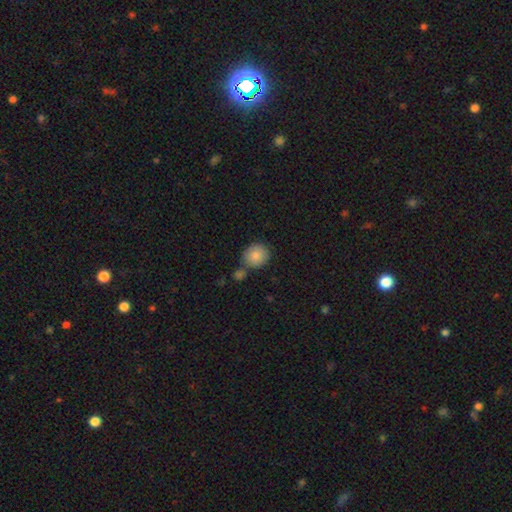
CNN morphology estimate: smooth-or-featured: smooth: 86% | star or artifact: 7% | featured or disk: 7%
  how-rounded: round: 83% | in between: 16% | cigar-shaped: 1%
  merging: none: 64% | merger: 20% | minor disturbance: 12% | major disturbance: 3%